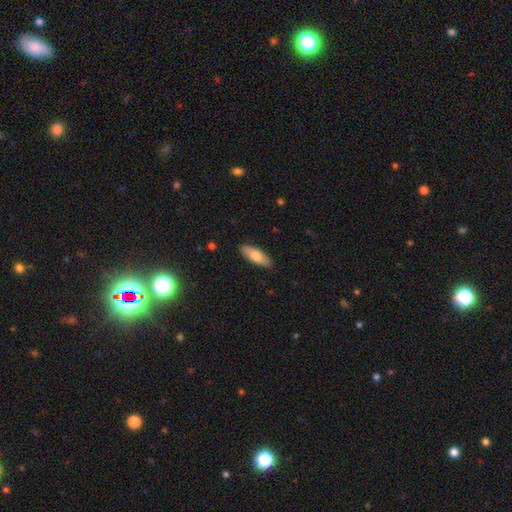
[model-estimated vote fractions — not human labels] This is likely a smooth galaxy (76%). How rounded: likely in between (71%). Merging: clearly none (88%).